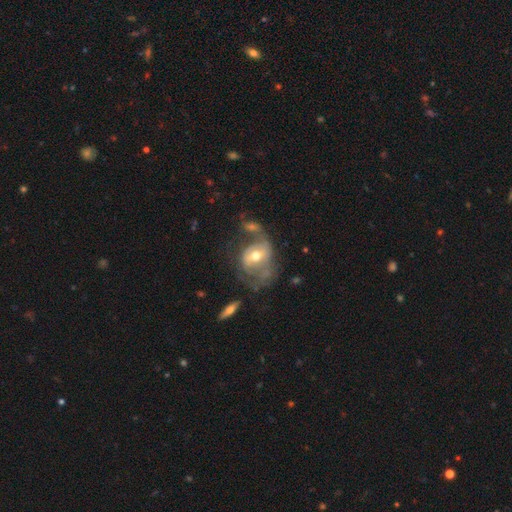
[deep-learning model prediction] A featured or disk galaxy (62%) with no bar (53%), spiral arms (55%) and a moderate central bulge (72%).

Vote fractions:
- Smooth or featured? featured or disk: 62% / smooth: 30% / star or artifact: 8%
- Edge-on disk? no: 95% / yes: 5%
- Bar? no: 53% / weak: 32% / strong: 15%
- Spiral arms? yes: 55% / no: 45%
- Bulge size? moderate: 72% / small: 18% / large: 7% / none: 1% / dominant: 1%
- Merging? major disturbance: 31% / none: 27% / merger: 23% / minor disturbance: 19%